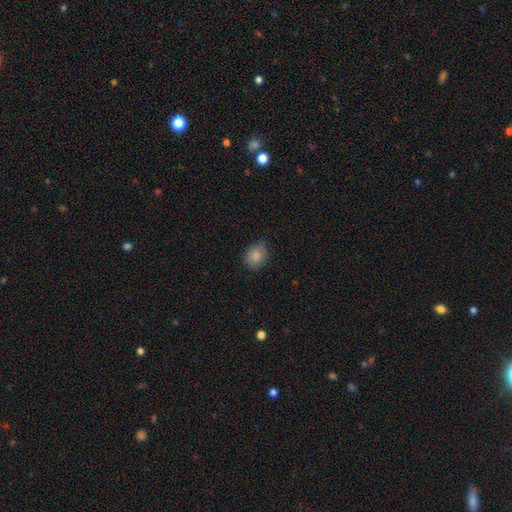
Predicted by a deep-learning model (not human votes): smooth 86%, star or artifact 8%, featured or disk 6%. Down the decision tree: how rounded — in between (54%); merging — none (80%).